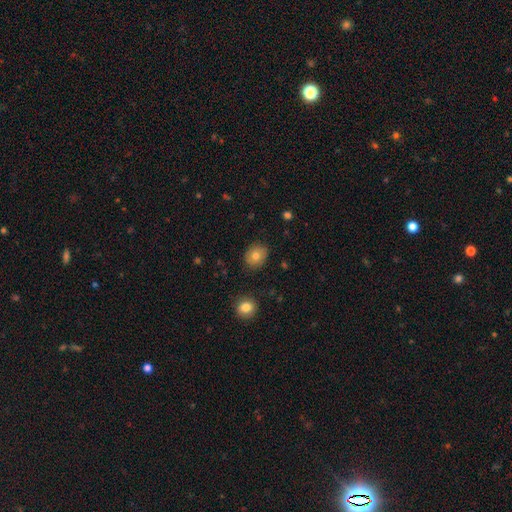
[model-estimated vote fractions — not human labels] smooth-or-featured: smooth: 77% | featured or disk: 14% | star or artifact: 9%
  how-rounded: round: 57% | in between: 43% | cigar-shaped: 1%
  merging: none: 86% | minor disturbance: 10% | major disturbance: 2% | merger: 1%